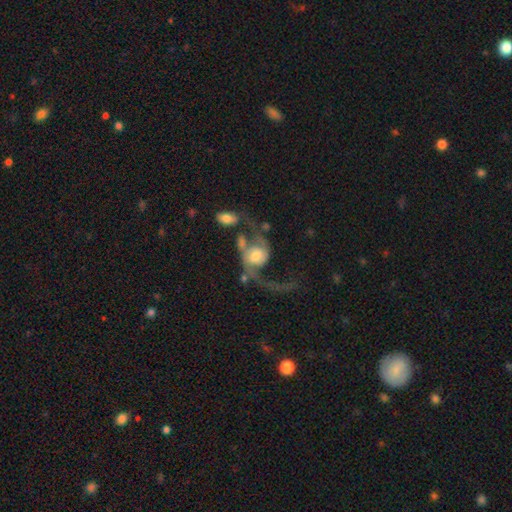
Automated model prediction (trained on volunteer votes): Q: Smooth or featured?
A: featured or disk (76%); runner-up: smooth (17%)
Q: Edge-on disk?
A: no (96%); runner-up: yes (4%)
Q: Bar?
A: no (59%); runner-up: weak (32%)
Q: Spiral arms?
A: yes (90%); runner-up: no (10%)
Q: Spiral winding?
A: loose (77%); runner-up: medium (19%)
Q: Spiral arm count?
A: 2 (80%); runner-up: 1 (13%)
Q: Bulge size?
A: moderate (48%); runner-up: large (23%)
Q: Merging?
A: major disturbance (37%); runner-up: none (27%)